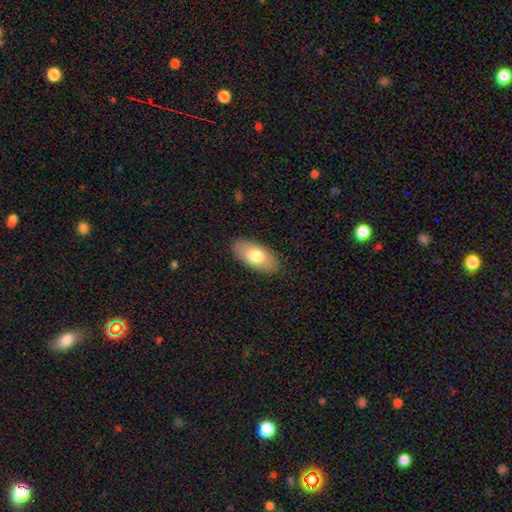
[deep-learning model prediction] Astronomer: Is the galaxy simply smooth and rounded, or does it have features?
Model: smooth — 73%.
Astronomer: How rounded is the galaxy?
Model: in between — 94%.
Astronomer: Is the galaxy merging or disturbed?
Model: none — 86%.